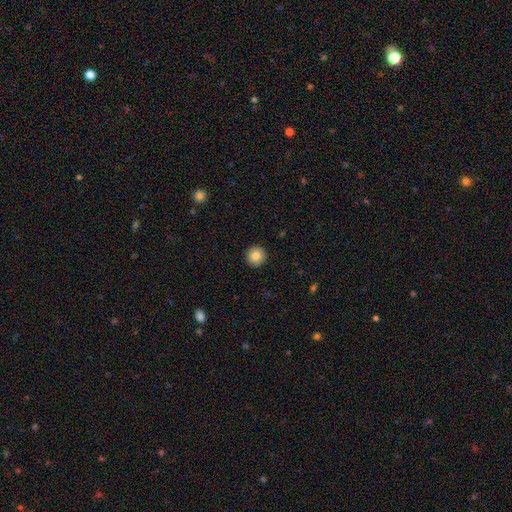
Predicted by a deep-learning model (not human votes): Smooth or featured: smooth — 84% (star or artifact — 8%)
How rounded: round — 95% (in between — 4%)
Merging: none — 93% (minor disturbance — 5%)